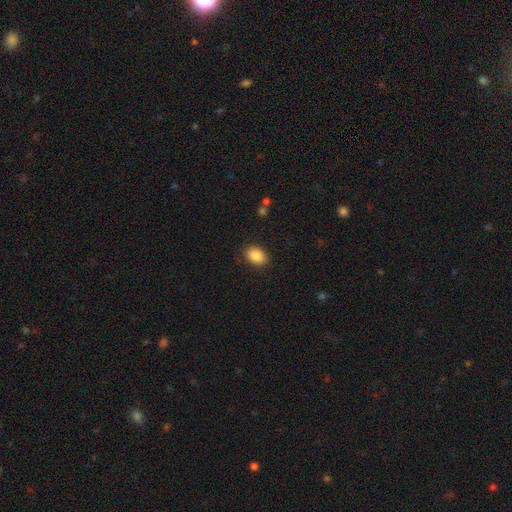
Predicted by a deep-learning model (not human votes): Smooth or featured? Predicted: smooth (p=0.88). How rounded? Predicted: in between (p=0.83). Merging? Predicted: none (p=0.86).